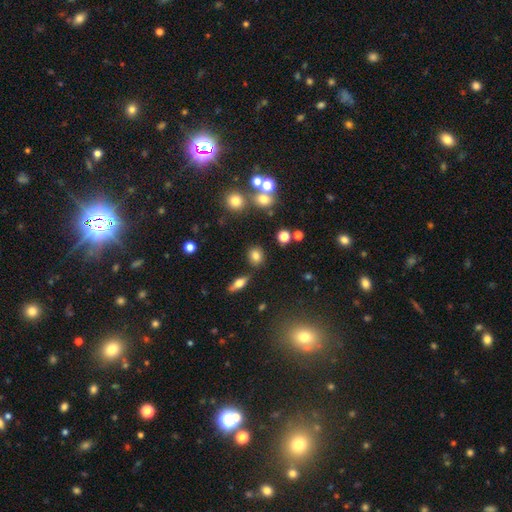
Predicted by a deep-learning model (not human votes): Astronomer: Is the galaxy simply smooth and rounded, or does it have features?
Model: smooth — 76%.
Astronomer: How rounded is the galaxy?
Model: round — 65%.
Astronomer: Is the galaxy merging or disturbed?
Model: none — 79%.